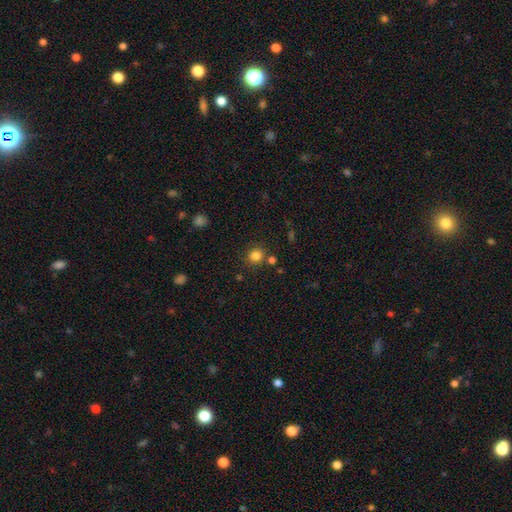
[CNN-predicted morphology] Overall: smooth (82%). How rounded: round (87%). Merging: none (78%).